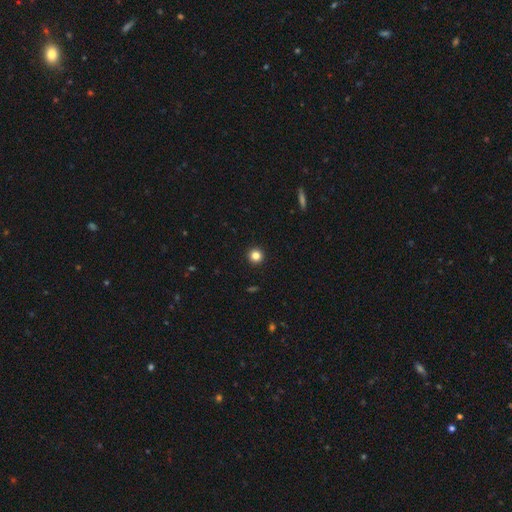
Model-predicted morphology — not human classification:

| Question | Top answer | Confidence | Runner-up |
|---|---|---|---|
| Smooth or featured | smooth | 84% | star or artifact (12%) |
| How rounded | round | 96% | in between (3%) |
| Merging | none | 94% | minor disturbance (4%) |